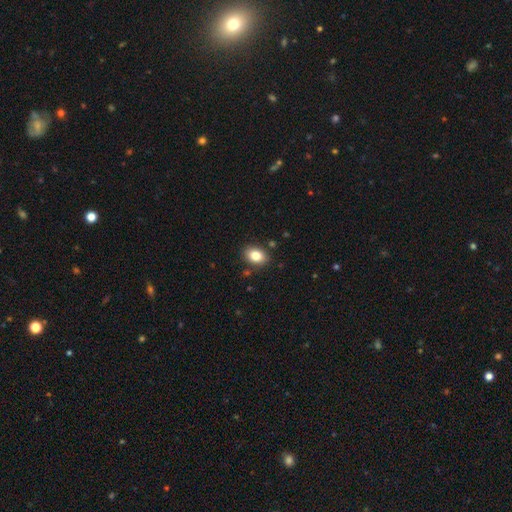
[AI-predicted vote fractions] The model was most divided on "how rounded": in between: 75%, round: 24%, cigar-shaped: 1%. More confident: merging — none (86%); smooth or featured — smooth (83%).